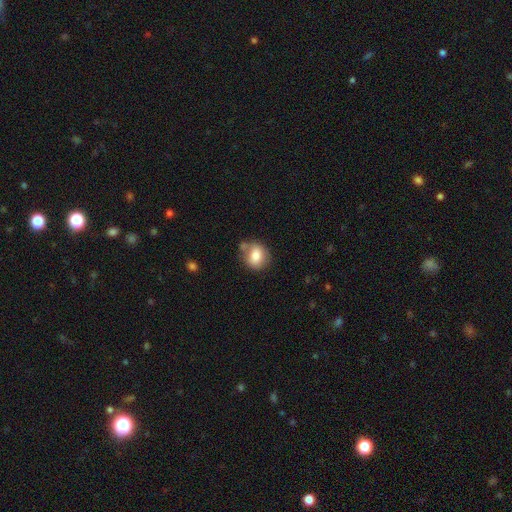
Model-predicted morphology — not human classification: This appears to be a smooth galaxy with no disk features (79%) that is round (67%). Merging: none (60%).